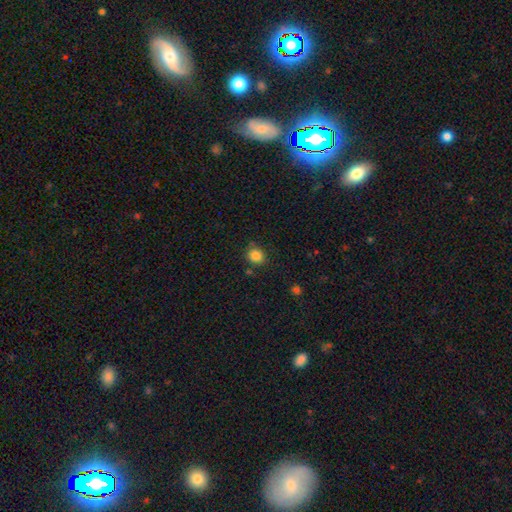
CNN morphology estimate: smooth_or_featured: smooth (p=0.84) [alt: star or artifact p=0.11]
how_rounded: round (p=0.80) [alt: in between p=0.19]
merging: none (p=0.80) [alt: minor disturbance p=0.12]